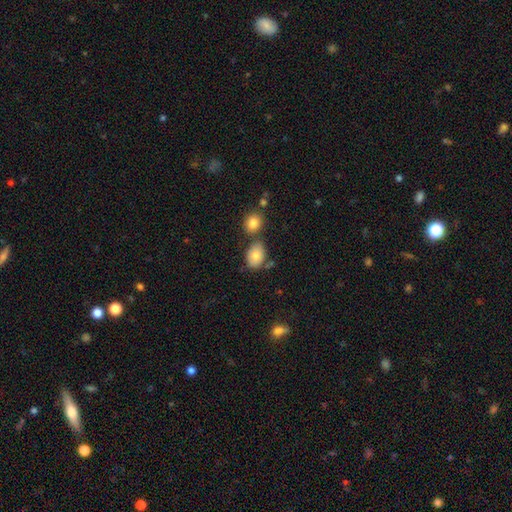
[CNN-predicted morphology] This appears to be a smooth galaxy with no disk features (81%) that is in between round and cigar-shaped (79%). Merging: none (62%).